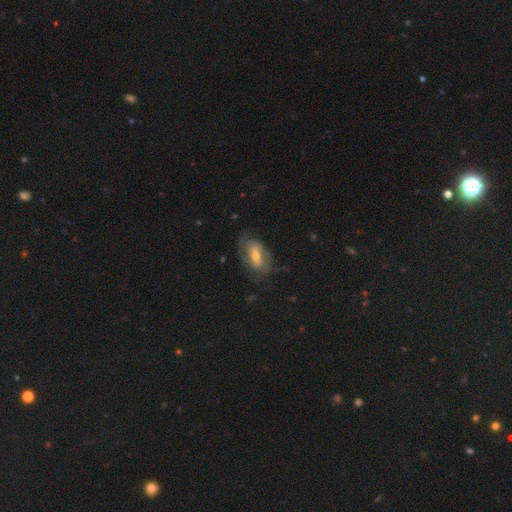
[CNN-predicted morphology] This is likely a featured or disk galaxy (68%). It is clearly not viewed edge-on (94%). Bar: marginally weak (41%). Spiral arm pattern: clearly yes (80%). Spiral arm count: likely 2 (63%). Spiral winding: marginally medium (42%). Central bulge: possibly moderate (54%). Merging: likely none (65%).